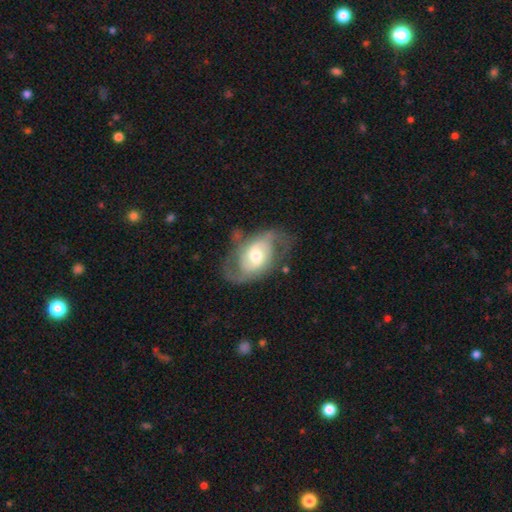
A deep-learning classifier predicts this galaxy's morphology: Overall: featured or disk (78%). Edge-on disk: no (96%). Bar: no (48%; weak 40%). Spiral arms: yes (88%). Spiral arm count: 2 (81%). Spiral winding: medium (46%; loose 33%). Bulge size: moderate (66%). Merging: none (62%).